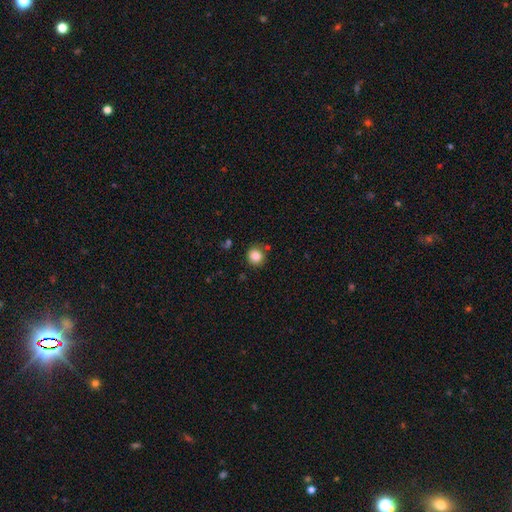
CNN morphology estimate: A smooth galaxy with no disk features (84%) that is round (90%).

Vote fractions:
- Smooth or featured? smooth: 84% / star or artifact: 11% / featured or disk: 5%
- How rounded? round: 90% / in between: 9% / cigar-shaped: 1%
- Merging? none: 85% / minor disturbance: 8% / merger: 5% / major disturbance: 2%